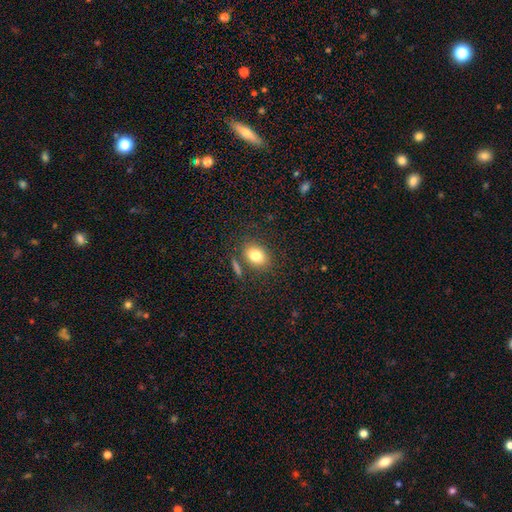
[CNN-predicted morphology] smooth-or-featured: smooth: 80% | featured or disk: 10% | star or artifact: 10%
  how-rounded: in between: 72% | round: 26% | cigar-shaped: 1%
  merging: none: 77% | minor disturbance: 11% | merger: 8% | major disturbance: 4%